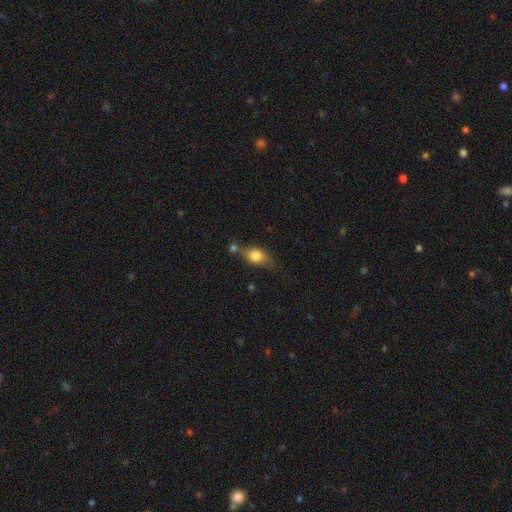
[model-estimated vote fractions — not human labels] smooth_or_featured: smooth (p=0.73) [alt: featured or disk p=0.19]
how_rounded: in between (p=0.70) [alt: round p=0.22]
merging: none (p=0.53) [alt: minor disturbance p=0.23]